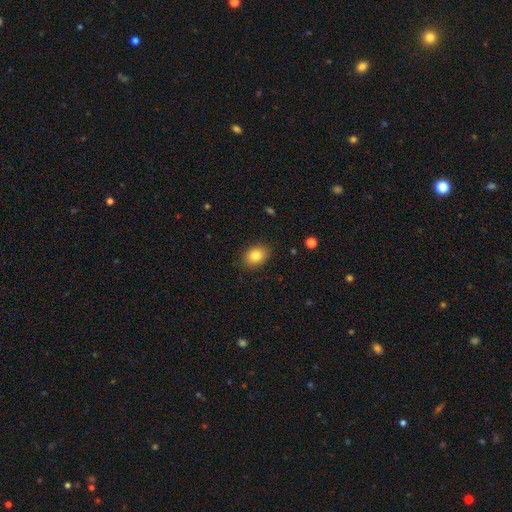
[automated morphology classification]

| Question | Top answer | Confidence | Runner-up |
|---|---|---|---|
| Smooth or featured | smooth | 82% | star or artifact (9%) |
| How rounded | in between | 63% | round (36%) |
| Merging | none | 87% | minor disturbance (9%) |